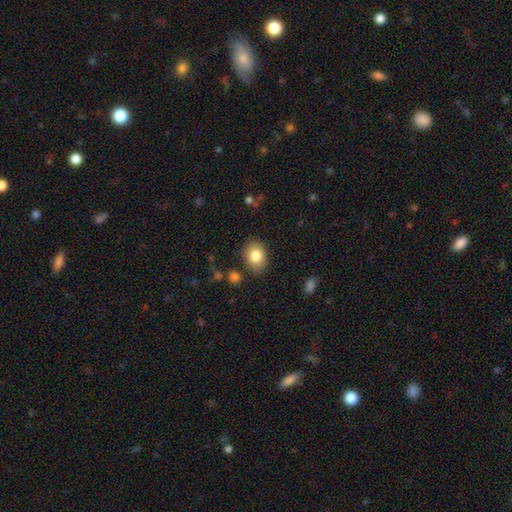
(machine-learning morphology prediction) Overall: smooth (82%). How rounded: in between (61%; round 38%). Merging: none (83%).